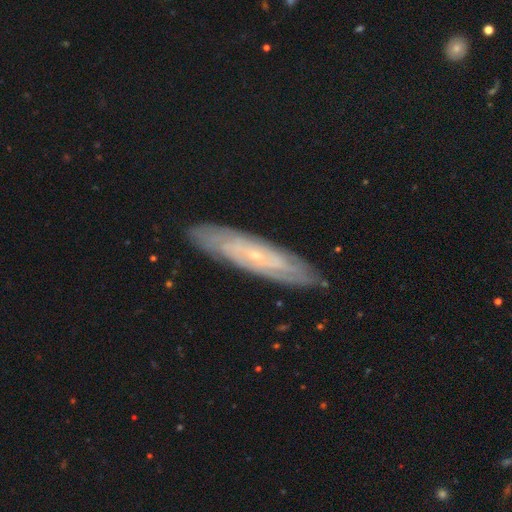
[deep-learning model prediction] Morphology: type=featured or disk (74%); edge-on=no (69%); bar=no (75%); spiral arms=yes (87%); bulge=small (86%); merging=none (86%).